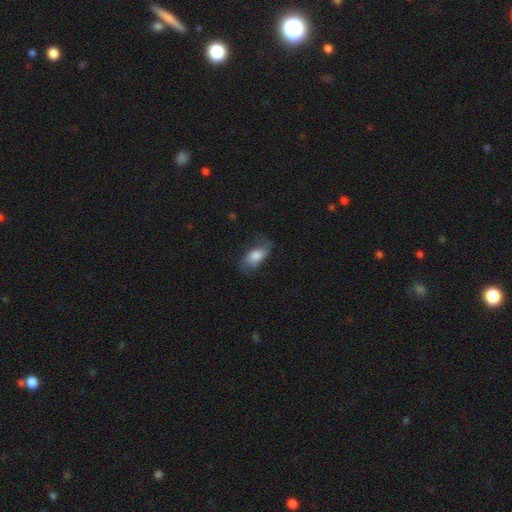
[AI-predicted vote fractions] Smooth or featured: featured or disk — 50% (smooth — 42%)
Merging: none — 62% (minor disturbance — 23%)